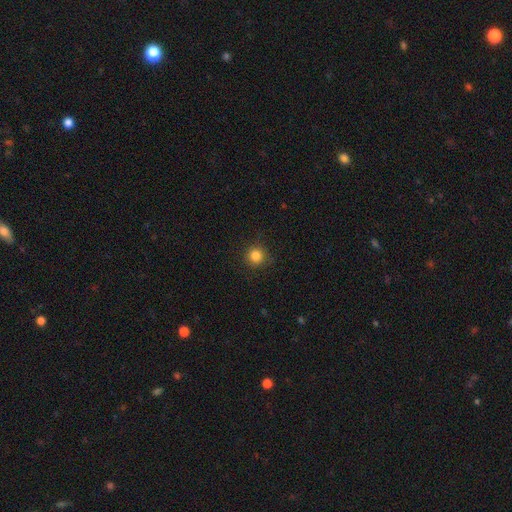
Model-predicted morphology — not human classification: Smooth or featured? smooth (84%)
How rounded? round (94%)
Merging? none (88%)